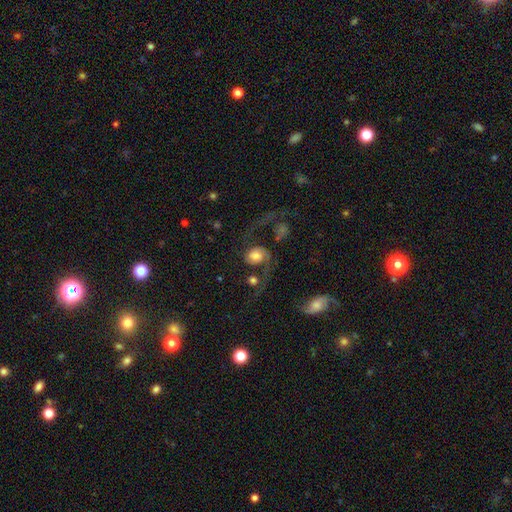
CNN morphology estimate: featured or disk 62%, smooth 29%, star or artifact 9%. Down the decision tree: edge-on disk — no (97%); bar — no (69%); spiral arms — yes (87%); spiral arm count — 2 (83%); spiral winding — loose (71%); bulge size — moderate (47%); merging — none (34%).